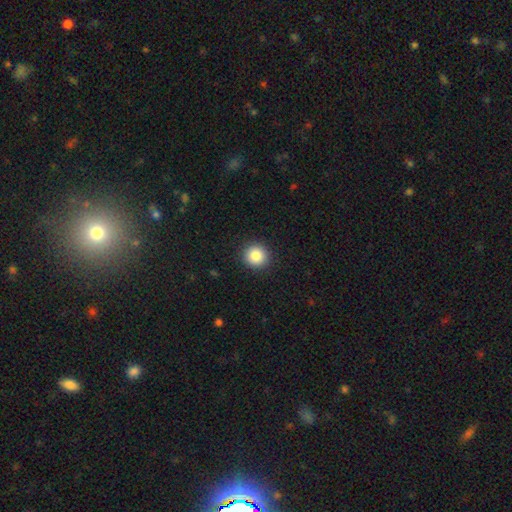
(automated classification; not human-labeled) Q: Smooth or featured?
A: smooth (86%); runner-up: star or artifact (9%)
Q: How rounded?
A: round (94%); runner-up: in between (5%)
Q: Merging?
A: none (92%); runner-up: minor disturbance (5%)